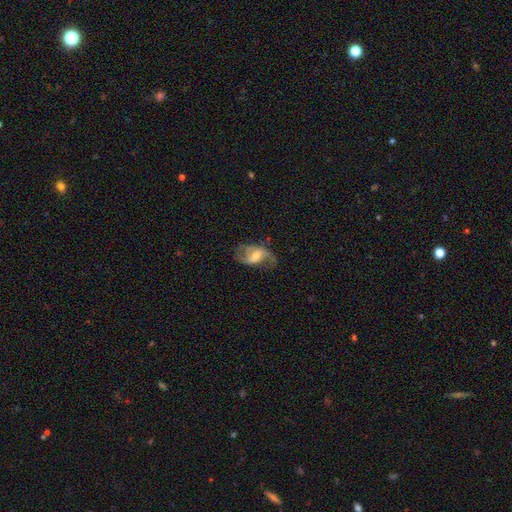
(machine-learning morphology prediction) Smooth or featured?
  - featured or disk: 76% *
  - smooth: 17%
  - star or artifact: 7%
Edge-on disk?
  - no: 96% *
  - yes: 4%
Bar?
  - weak: 48% *
  - no: 31%
  - strong: 22%
Spiral arms?
  - yes: 90% *
  - no: 10%
Spiral winding?
  - loose: 55% *
  - medium: 35%
  - tight: 10%
Spiral arm count?
  - 2: 82% *
  - can't tell: 7%
  - 1: 5%
  - 3: 3%
  - 4: 1%
  - more than 4: 1%
Bulge size?
  - moderate: 55% *
  - small: 34%
  - large: 6%
  - none: 3%
  - dominant: 1%
Merging?
  - none: 60% *
  - minor disturbance: 21%
  - major disturbance: 17%
  - merger: 2%